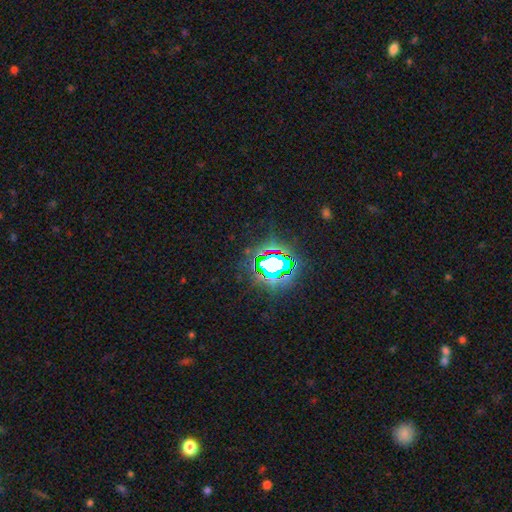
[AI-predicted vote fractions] Morphology: type=star or artifact (80%).